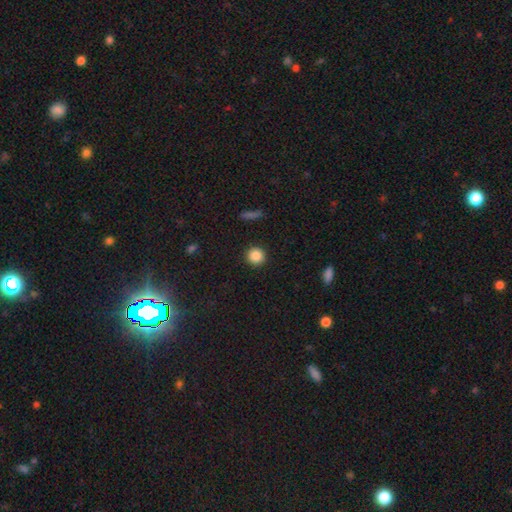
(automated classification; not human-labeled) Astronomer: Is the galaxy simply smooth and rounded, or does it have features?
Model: smooth — 86%.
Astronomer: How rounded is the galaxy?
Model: round — 94%.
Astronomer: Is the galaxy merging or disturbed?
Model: none — 92%.